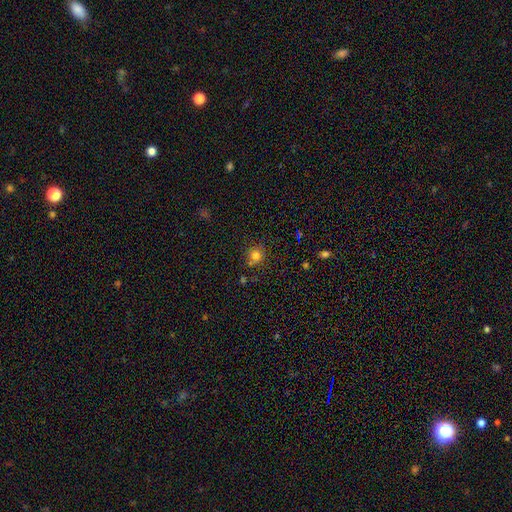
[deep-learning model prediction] Morphology: type=smooth (77%); roundness=round (89%); merging=none (74%).